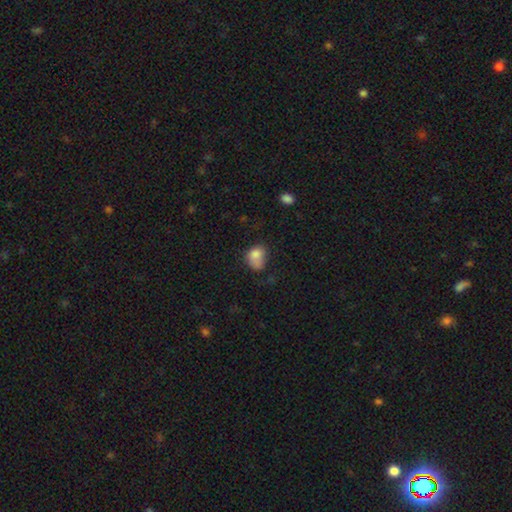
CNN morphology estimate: Smooth or featured: smooth — 78% (featured or disk — 12%)
How rounded: in between — 56% (round — 43%)
Merging: none — 35% (minor disturbance — 30%)